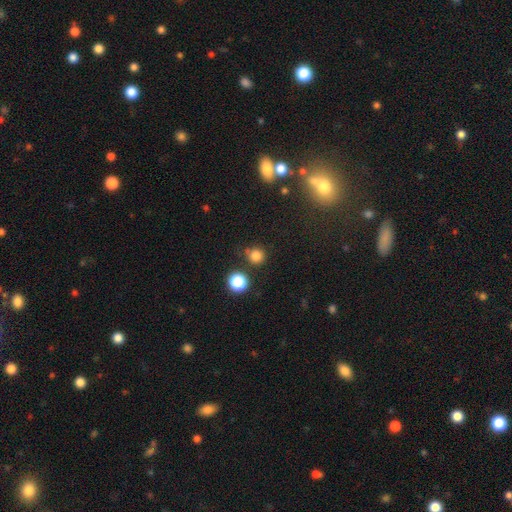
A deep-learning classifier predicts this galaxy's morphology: Smooth or featured? smooth (80%)
How rounded? round (91%)
Merging? none (77%)